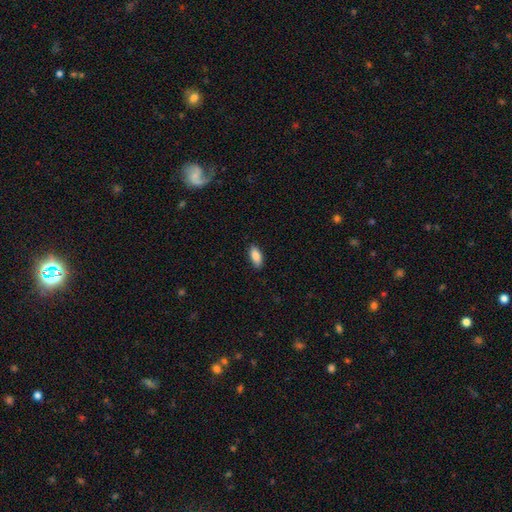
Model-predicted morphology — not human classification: The model was most divided on "how rounded": in between: 87%, cigar-shaped: 11%, round: 2%. More confident: merging — none (88%); smooth or featured — smooth (87%).